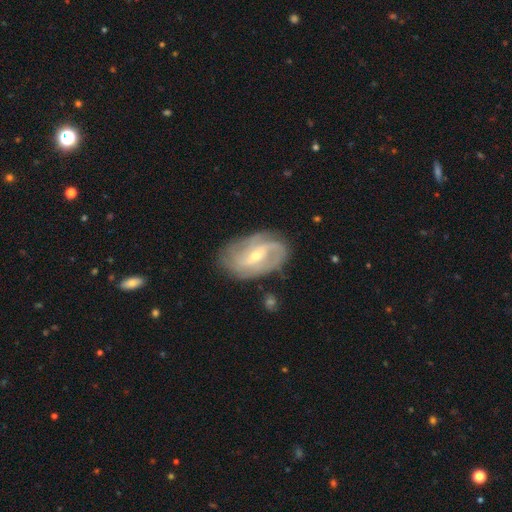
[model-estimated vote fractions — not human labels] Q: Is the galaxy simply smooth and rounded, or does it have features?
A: featured or disk — 85%.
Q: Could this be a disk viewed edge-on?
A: no — 96%.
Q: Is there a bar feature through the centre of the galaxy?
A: weak — 45%.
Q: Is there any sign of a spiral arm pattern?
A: yes — 94%.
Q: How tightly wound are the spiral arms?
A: medium — 42%.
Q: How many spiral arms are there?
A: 2 — 49%.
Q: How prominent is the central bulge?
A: small — 59%.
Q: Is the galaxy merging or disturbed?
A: none — 74%.